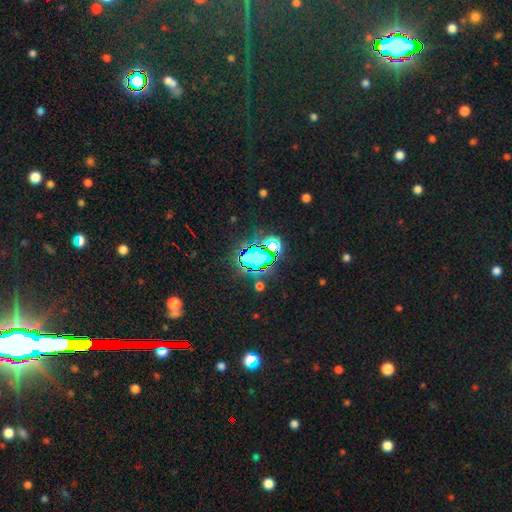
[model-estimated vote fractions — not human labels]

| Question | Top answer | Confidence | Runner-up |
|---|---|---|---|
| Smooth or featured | star or artifact | 68% | smooth (19%) |